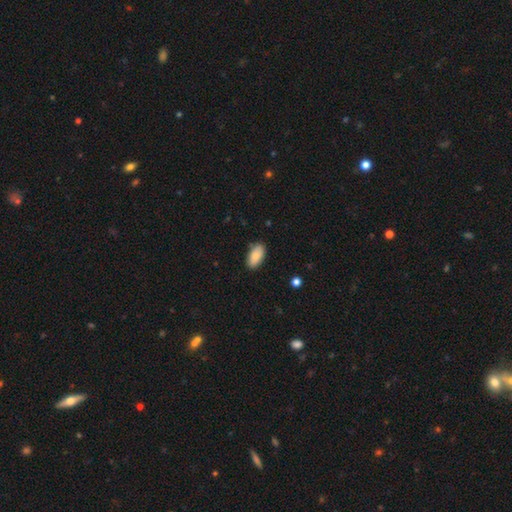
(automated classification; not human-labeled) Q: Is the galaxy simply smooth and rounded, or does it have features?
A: smooth — 87%.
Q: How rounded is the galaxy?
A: in between — 93%.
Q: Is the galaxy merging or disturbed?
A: none — 85%.